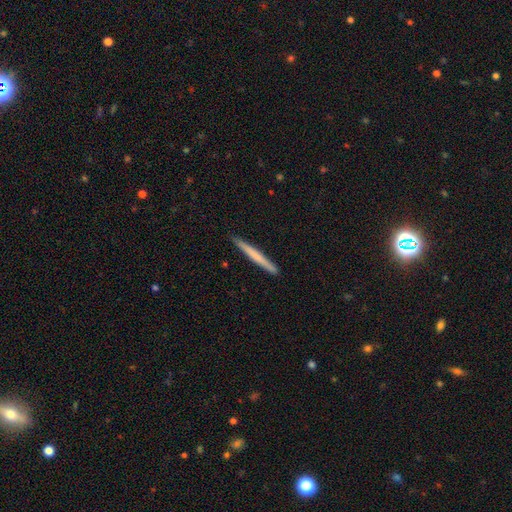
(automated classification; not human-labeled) Smooth or featured? Predicted: smooth (p=0.59). How rounded? Predicted: cigar-shaped (p=0.97). Merging? Predicted: none (p=0.92).